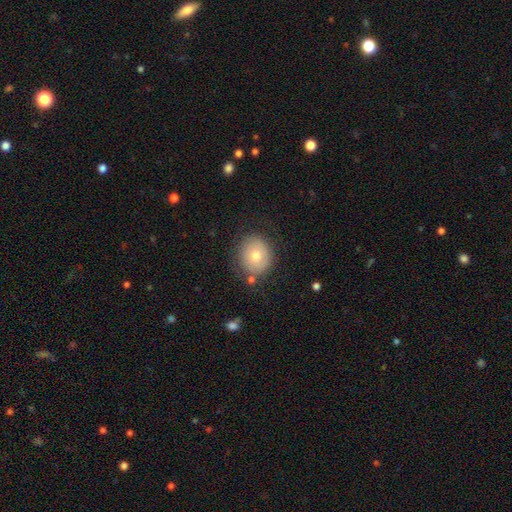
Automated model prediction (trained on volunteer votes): Smooth or featured? Predicted: smooth (p=0.70). How rounded? Predicted: round (p=0.80). Merging? Predicted: none (p=0.80).